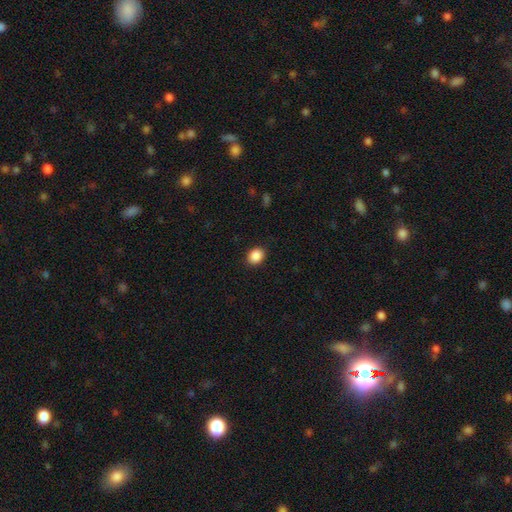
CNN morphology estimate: Smooth or featured: smooth — 88% (star or artifact — 9%)
How rounded: round — 55% (in between — 44%)
Merging: none — 90% (minor disturbance — 7%)